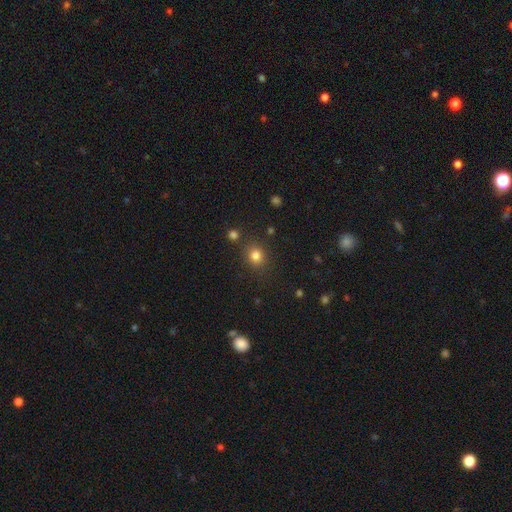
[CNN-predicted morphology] smooth 80%, star or artifact 14%, featured or disk 6%. Down the decision tree: how rounded — round (74%); merging — none (82%).